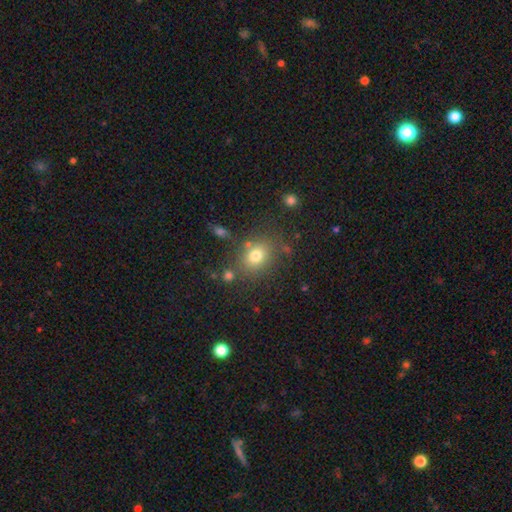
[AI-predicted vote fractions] Q: Smooth or featured?
A: smooth (75%); runner-up: star or artifact (14%)
Q: How rounded?
A: in between (50%); runner-up: round (49%)
Q: Merging?
A: none (74%); runner-up: minor disturbance (13%)